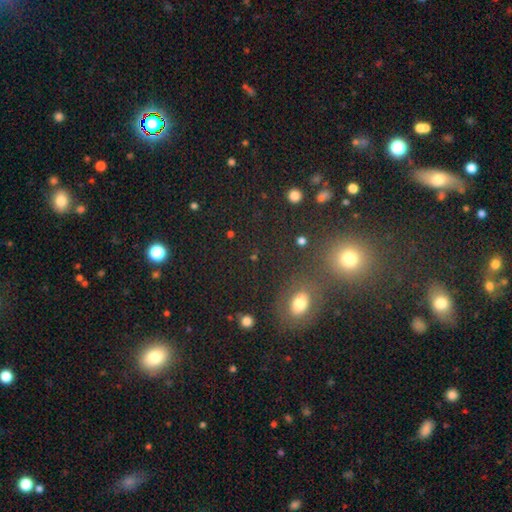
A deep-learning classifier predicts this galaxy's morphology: This is possibly a smooth galaxy (51%). How rounded: likely round (68%). Merging: likely none (74%).